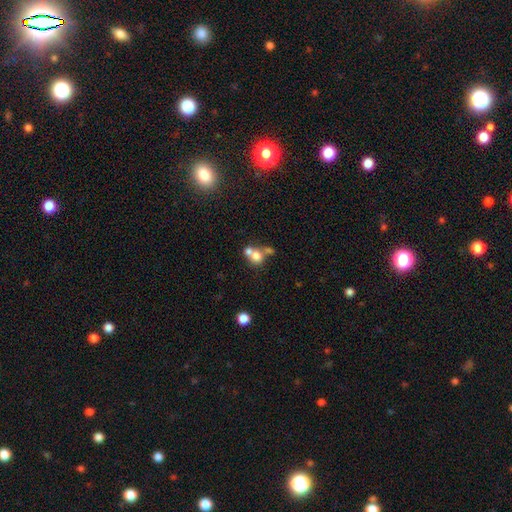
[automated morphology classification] A smooth galaxy with no disk features (70%) that is round (76%).

Vote fractions:
- Smooth or featured? smooth: 70% / featured or disk: 18% / star or artifact: 12%
- How rounded? round: 76% / in between: 22% / cigar-shaped: 1%
- Merging? merger: 56% / none: 32% / minor disturbance: 7% / major disturbance: 4%